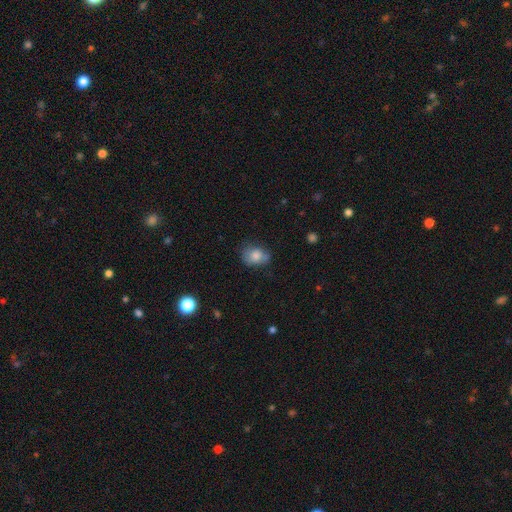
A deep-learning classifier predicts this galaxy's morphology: Smooth or featured? Predicted: smooth (p=0.78). How rounded? Predicted: in between (p=0.64). Merging? Predicted: none (p=0.58).